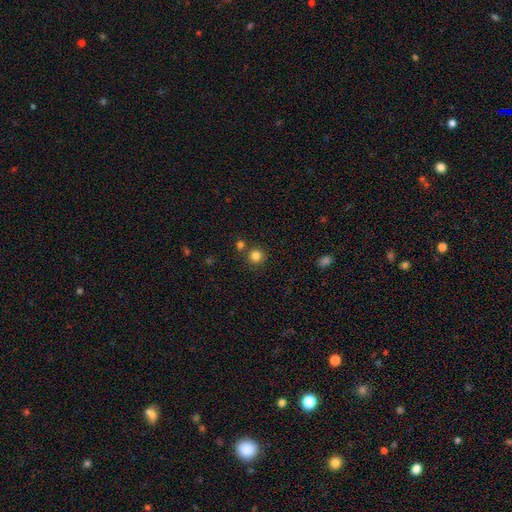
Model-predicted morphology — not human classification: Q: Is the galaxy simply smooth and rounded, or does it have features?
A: smooth — 83%.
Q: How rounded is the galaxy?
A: round — 93%.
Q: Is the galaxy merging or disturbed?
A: none — 80%.